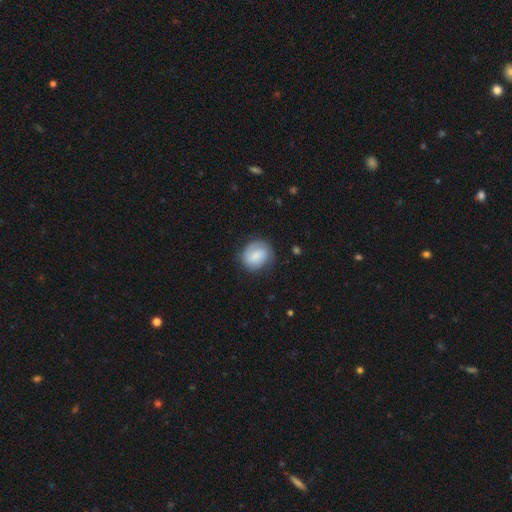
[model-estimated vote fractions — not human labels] A smooth galaxy with no disk features (68%) that is round (71%). Merging: none (73%).